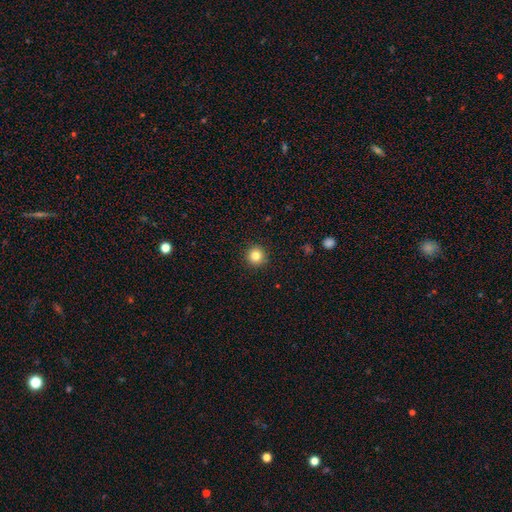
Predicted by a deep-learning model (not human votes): smooth 83%, star or artifact 12%, featured or disk 6%. Down the decision tree: how rounded — round (96%); merging — none (93%).